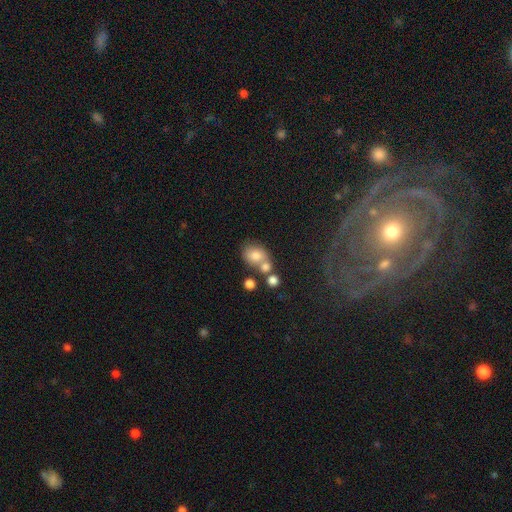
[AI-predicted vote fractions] The model was most divided on "how rounded": round: 50%, in between: 48%, cigar-shaped: 1%. Remaining: smooth or featured — smooth (74%); merging — none (43%).